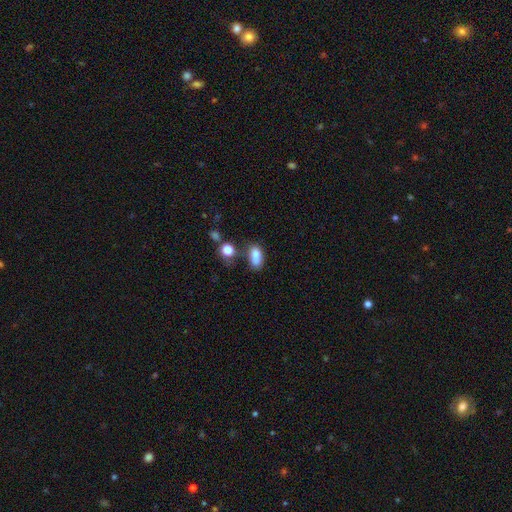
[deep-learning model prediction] smooth-or-featured: smooth: 82% | star or artifact: 10% | featured or disk: 8%
  how-rounded: in between: 82% | round: 9% | cigar-shaped: 9%
  merging: none: 51% | minor disturbance: 23% | merger: 16% | major disturbance: 10%